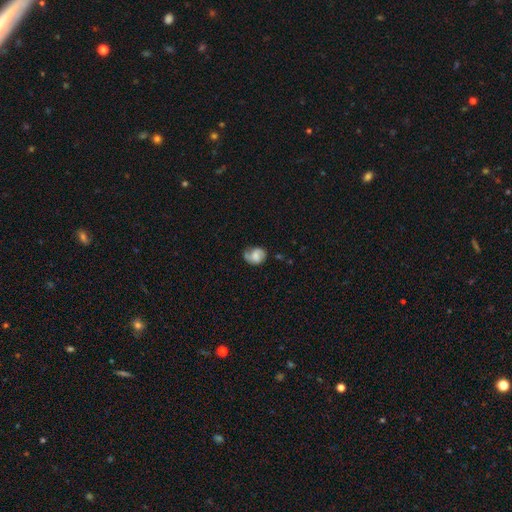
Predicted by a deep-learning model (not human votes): Smooth or featured?
  - featured or disk: 49% *
  - smooth: 43%
  - star or artifact: 9%
Merging?
  - none: 57% *
  - minor disturbance: 28%
  - major disturbance: 12%
  - merger: 3%